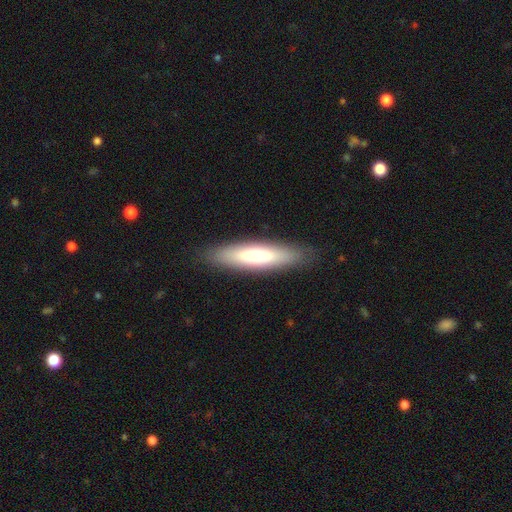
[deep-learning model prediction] This appears to be a smooth galaxy with no disk features (66%) that is cigar-shaped (69%). Merging: none (87%).